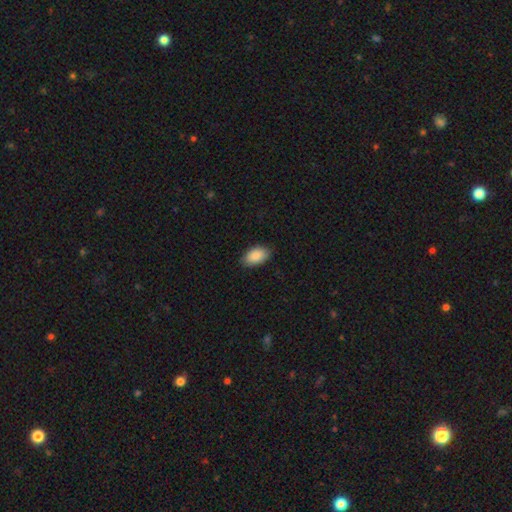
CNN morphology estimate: Smooth or featured?
  - smooth: 89% *
  - star or artifact: 6%
  - featured or disk: 5%
How rounded?
  - in between: 94% *
  - round: 4%
  - cigar-shaped: 2%
Merging?
  - none: 85% *
  - minor disturbance: 12%
  - major disturbance: 2%
  - merger: 1%